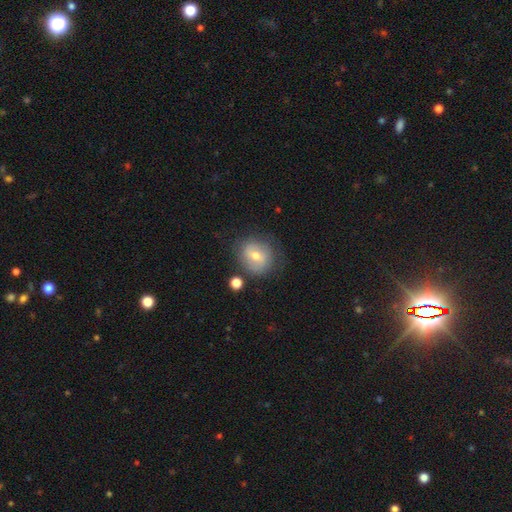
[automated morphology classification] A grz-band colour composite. It shows a smooth galaxy with no disk features (56%) that is round (79%). Merging: none (71%).